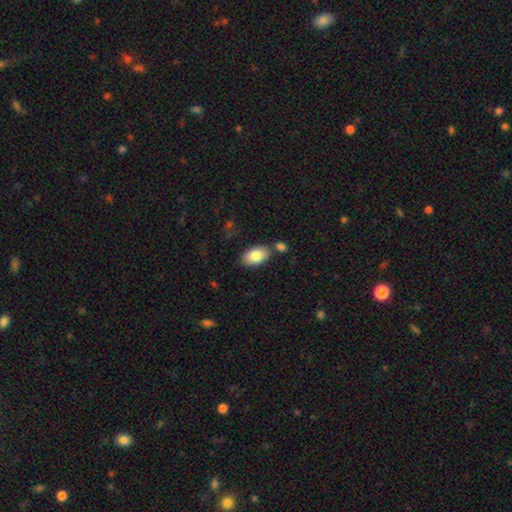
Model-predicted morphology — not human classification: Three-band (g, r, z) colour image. It shows a smooth galaxy with no disk features (82%) that is in between round and cigar-shaped (93%). Merging: none (75%).